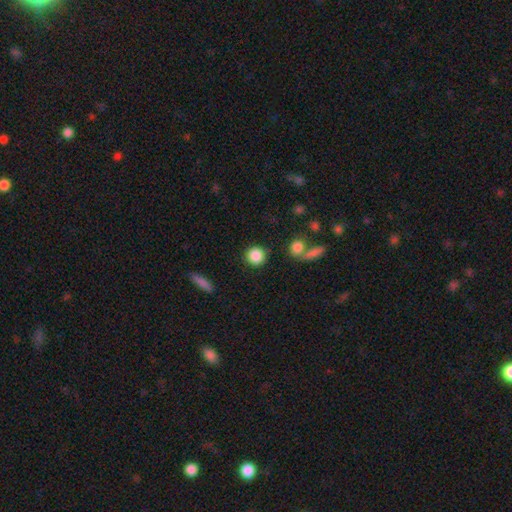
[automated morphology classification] Smooth or featured? smooth (87%)
How rounded? round (91%)
Merging? none (84%)